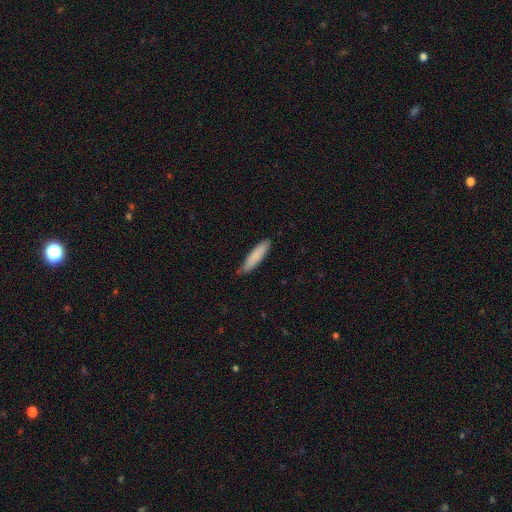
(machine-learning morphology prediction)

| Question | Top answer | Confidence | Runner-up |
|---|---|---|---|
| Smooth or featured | smooth | 84% | featured or disk (10%) |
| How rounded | cigar-shaped | 79% | in between (19%) |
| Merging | none | 76% | minor disturbance (20%) |